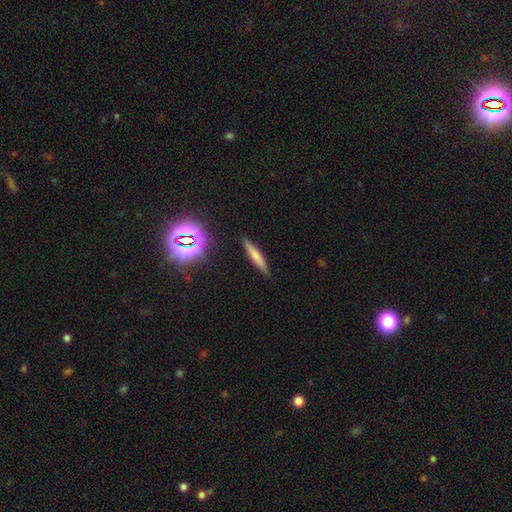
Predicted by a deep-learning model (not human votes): smooth-or-featured: smooth: 65% | featured or disk: 22% | star or artifact: 13%
  how-rounded: cigar-shaped: 88% | in between: 10% | round: 2%
  merging: none: 87% | minor disturbance: 9% | major disturbance: 2% | merger: 2%